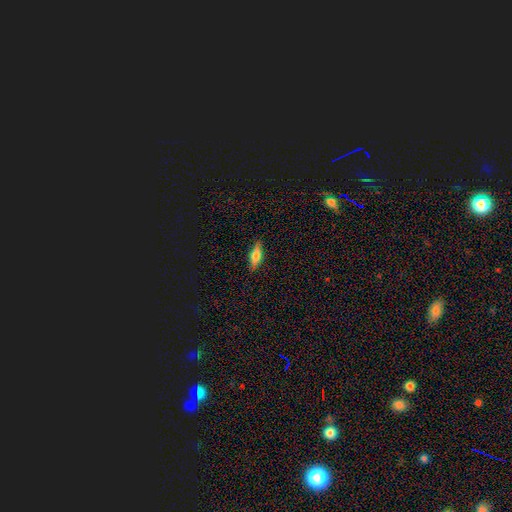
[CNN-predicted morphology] Q: Smooth or featured?
A: smooth (63%); runner-up: featured or disk (30%)
Q: How rounded?
A: in between (54%); runner-up: cigar-shaped (43%)
Q: Merging?
A: none (86%); runner-up: minor disturbance (11%)